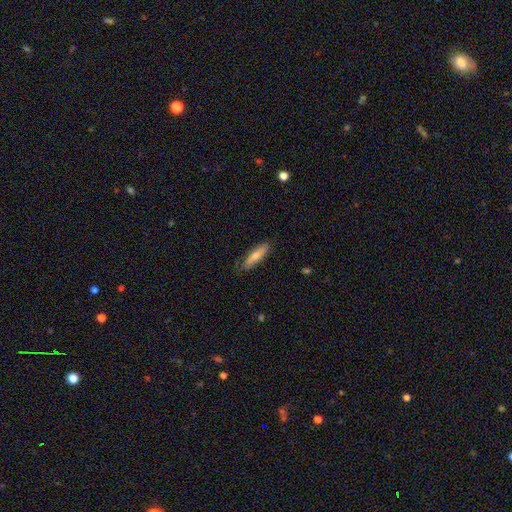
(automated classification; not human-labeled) Overall: smooth (72%). How rounded: cigar-shaped (66%; in between 33%). Merging: none (78%).